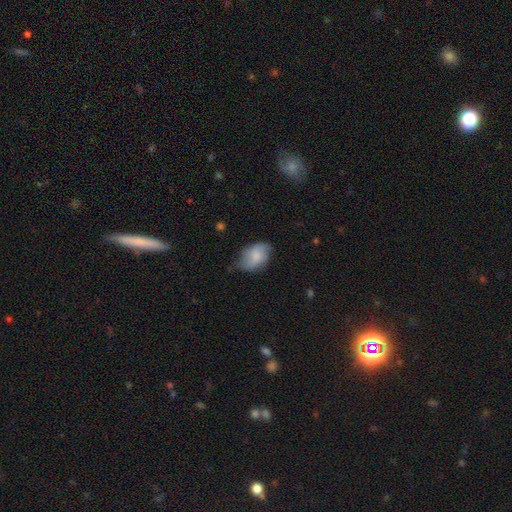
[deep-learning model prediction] Q: Smooth or featured?
A: smooth (70%); runner-up: featured or disk (23%)
Q: How rounded?
A: in between (86%); runner-up: round (13%)
Q: Merging?
A: none (55%); runner-up: minor disturbance (34%)